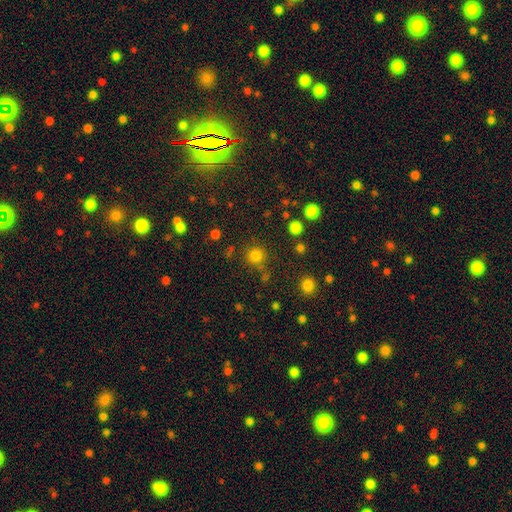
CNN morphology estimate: Smooth or featured?
  - smooth: 79% *
  - star or artifact: 16%
  - featured or disk: 5%
How rounded?
  - round: 94% *
  - in between: 5%
  - cigar-shaped: 1%
Merging?
  - none: 81% *
  - minor disturbance: 9%
  - merger: 6%
  - major disturbance: 4%